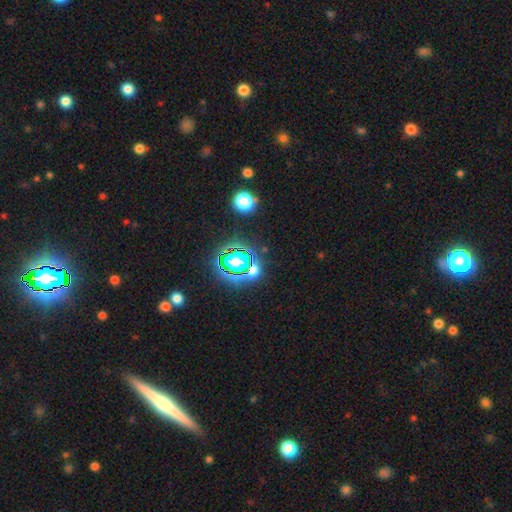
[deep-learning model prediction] Smooth or featured? Predicted: star or artifact (p=0.69).